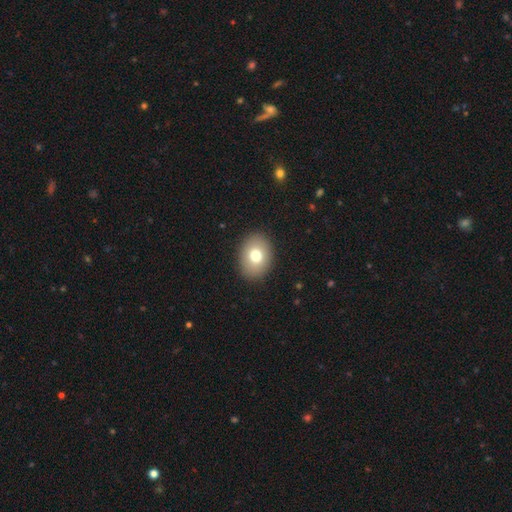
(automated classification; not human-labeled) This is likely a smooth galaxy (76%). How rounded: likely in between (65%). Merging: clearly none (90%).